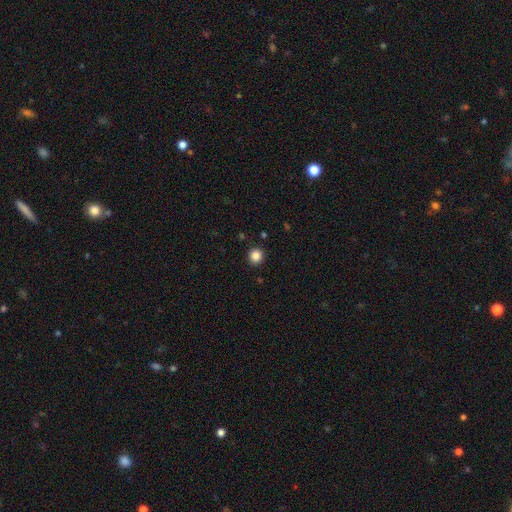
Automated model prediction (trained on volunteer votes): This is clearly a smooth galaxy (85%). How rounded: clearly round (92%). Merging: clearly none (91%).